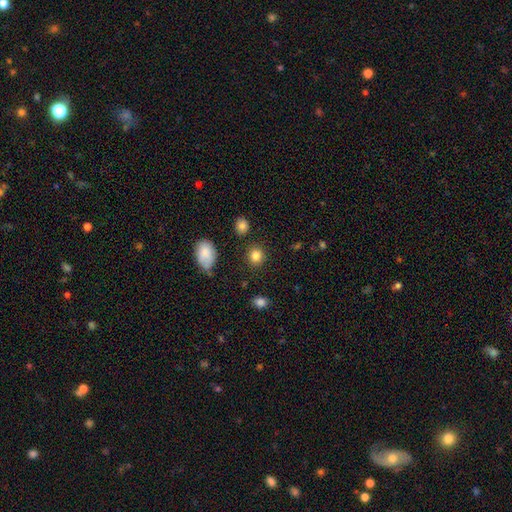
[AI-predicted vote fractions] The model was most divided on "how rounded": round: 80%, in between: 19%, cigar-shaped: 1%. More confident: merging — none (87%); smooth or featured — smooth (85%).